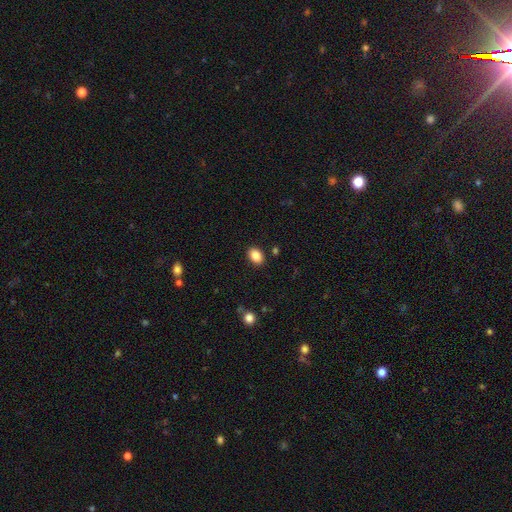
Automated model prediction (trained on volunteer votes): A smooth galaxy with no disk features (87%) that is in between round and cigar-shaped (74%).

Vote fractions:
- Smooth or featured? smooth: 87% / star or artifact: 9% / featured or disk: 5%
- How rounded? in between: 74% / round: 25% / cigar-shaped: 1%
- Merging? none: 88% / minor disturbance: 8% / major disturbance: 2% / merger: 2%